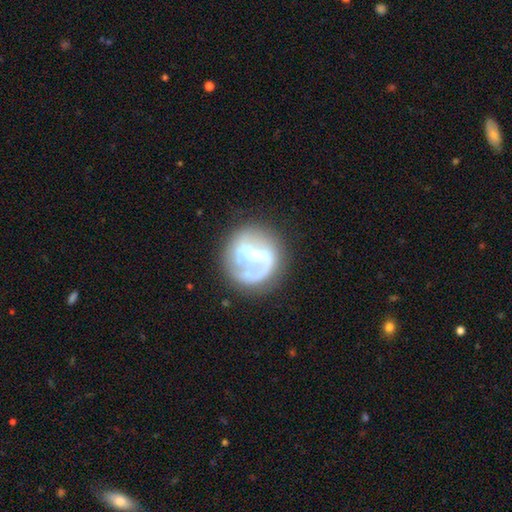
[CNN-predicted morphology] smooth-or-featured: featured or disk: 73% | smooth: 20% | star or artifact: 8%
  disk-edge-on: no: 97% | yes: 3%
    bar: weak: 38% | strong: 34% | no: 28%
    has-spiral-arms: yes: 66% | no: 34%
    bulge-size: small: 59% | moderate: 32% | none: 5% | large: 3% | dominant: 1%
  merging: none: 61% | minor disturbance: 18% | major disturbance: 15% | merger: 5%